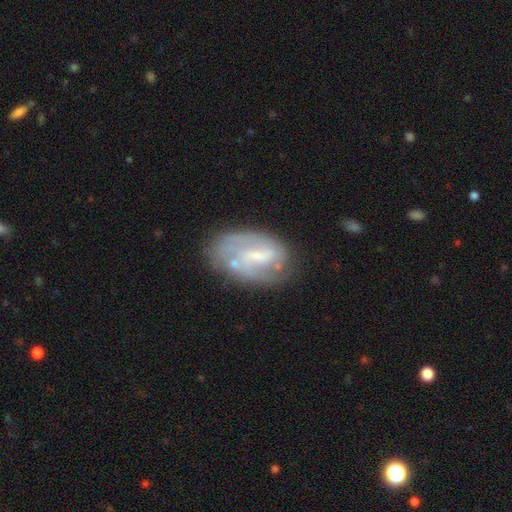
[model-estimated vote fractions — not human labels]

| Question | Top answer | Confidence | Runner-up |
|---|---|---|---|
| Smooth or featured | featured or disk | 70% | smooth (23%) |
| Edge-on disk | no | 97% | yes (3%) |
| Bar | weak | 51% | no (29%) |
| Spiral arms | yes | 73% | no (27%) |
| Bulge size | small | 51% | moderate (28%) |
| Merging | none | 58% | minor disturbance (23%) |